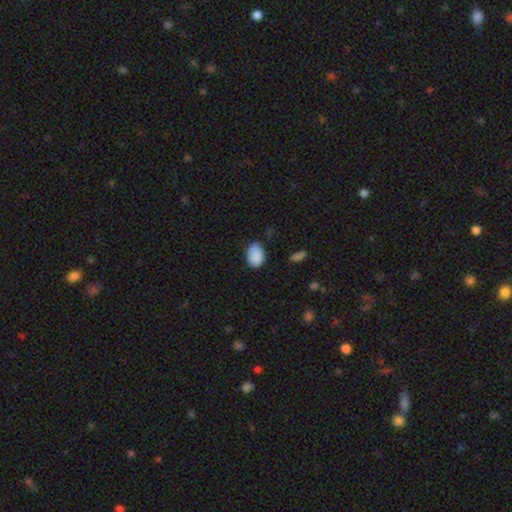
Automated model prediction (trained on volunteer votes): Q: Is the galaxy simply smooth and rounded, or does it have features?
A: smooth — 89%.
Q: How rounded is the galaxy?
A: in between — 79%.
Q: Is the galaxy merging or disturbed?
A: none — 72%.